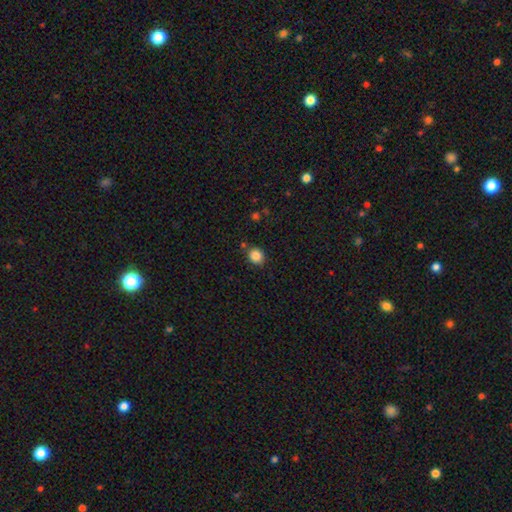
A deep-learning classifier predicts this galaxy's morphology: The model was most divided on "how rounded": round: 79%, in between: 20%, cigar-shaped: 1%. More confident: smooth or featured — smooth (86%); merging — none (84%).